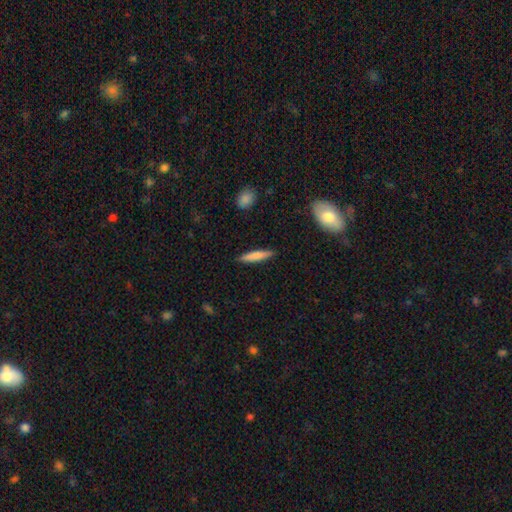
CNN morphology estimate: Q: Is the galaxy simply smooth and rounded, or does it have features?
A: smooth — 74%.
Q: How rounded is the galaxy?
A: cigar-shaped — 89%.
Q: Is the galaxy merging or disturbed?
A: none — 89%.